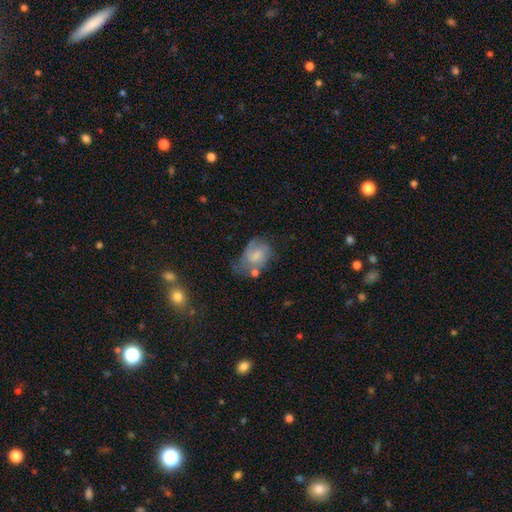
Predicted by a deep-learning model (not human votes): This is possibly a smooth galaxy (47%). Merging: marginally none (33%).